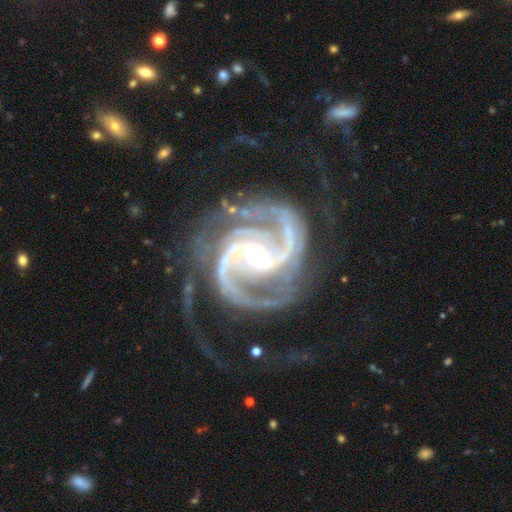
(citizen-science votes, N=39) featured or disk 95%, smooth 3%, star or artifact 3%. Down the decision tree: edge-on disk — no (100%); bar — weak (38%, tied with no); spiral arms — yes (100%); spiral arm count — 2 (59%); spiral winding — medium (59%); bulge size — moderate (49%); merging — none (68%).